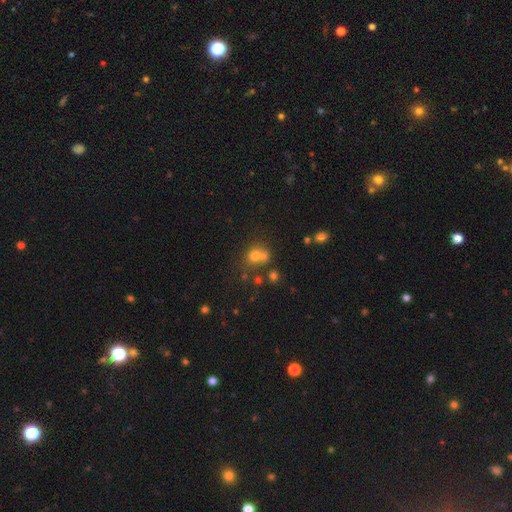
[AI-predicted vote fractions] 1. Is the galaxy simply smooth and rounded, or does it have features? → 66% smooth, 19% star or artifact, 15% featured or disk.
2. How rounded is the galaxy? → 77% round, 22% in between, 1% cigar-shaped.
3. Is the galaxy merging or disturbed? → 46% merger, 41% none, 9% minor disturbance, 4% major disturbance.